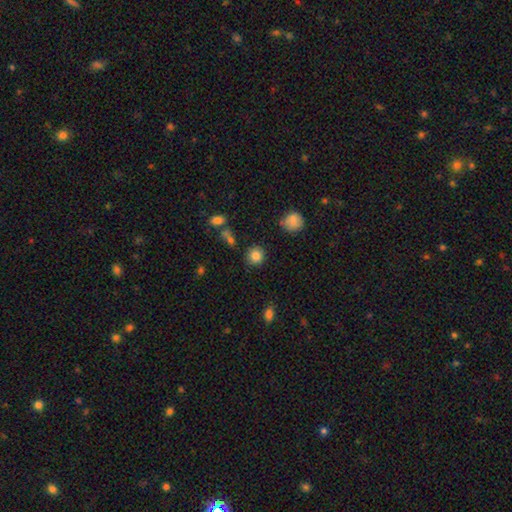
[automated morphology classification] Smooth or featured?
  - smooth: 83% *
  - star or artifact: 11%
  - featured or disk: 6%
How rounded?
  - round: 89% *
  - in between: 10%
  - cigar-shaped: 1%
Merging?
  - none: 87% *
  - minor disturbance: 8%
  - merger: 3%
  - major disturbance: 2%